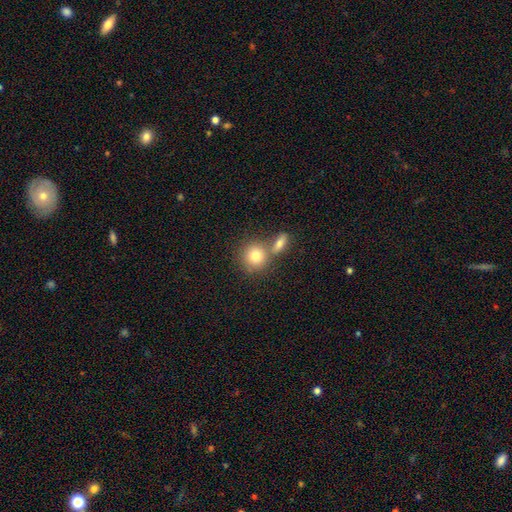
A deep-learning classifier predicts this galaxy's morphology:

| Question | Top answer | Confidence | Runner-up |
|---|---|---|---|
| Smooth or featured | smooth | 78% | featured or disk (13%) |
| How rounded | round | 86% | in between (13%) |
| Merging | none | 55% | merger (33%) |